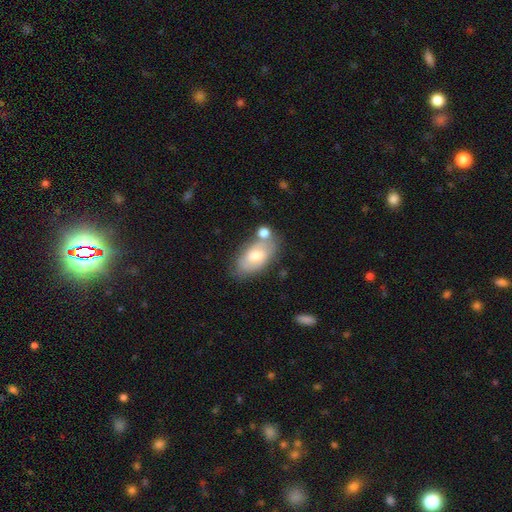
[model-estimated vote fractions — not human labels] smooth-or-featured: smooth: 48% | featured or disk: 45% | star or artifact: 7%
  merging: none: 59% | minor disturbance: 19% | merger: 16% | major disturbance: 6%